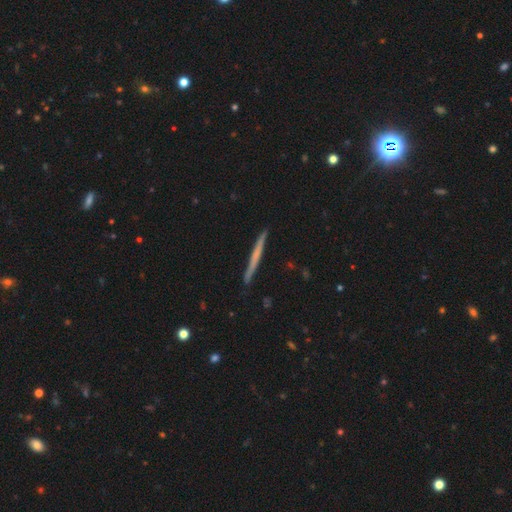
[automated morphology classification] Overall: smooth (48%; featured or disk 47%). Merging: none (92%).